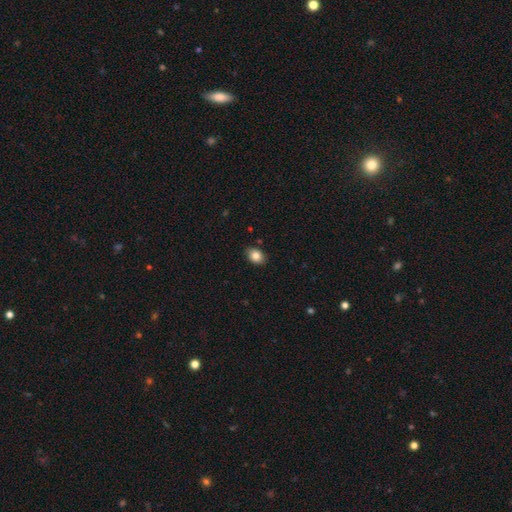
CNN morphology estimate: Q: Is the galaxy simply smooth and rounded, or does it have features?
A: smooth — 85%.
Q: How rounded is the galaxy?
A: in between — 70%.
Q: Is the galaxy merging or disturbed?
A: none — 87%.